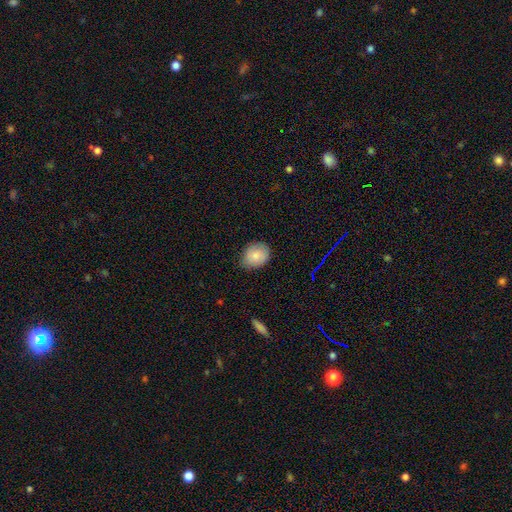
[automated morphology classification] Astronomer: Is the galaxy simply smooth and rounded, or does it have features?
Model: smooth — 83%.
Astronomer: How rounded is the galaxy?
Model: round — 50% (runner-up: in between, 49%).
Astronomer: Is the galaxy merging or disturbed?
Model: none — 74%.